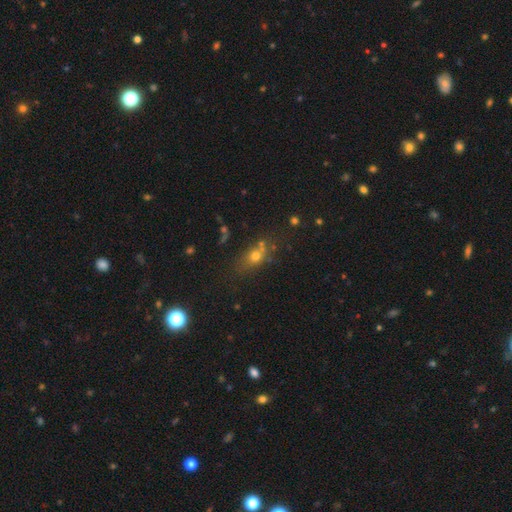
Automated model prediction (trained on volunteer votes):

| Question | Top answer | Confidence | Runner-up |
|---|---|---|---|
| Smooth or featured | smooth | 61% | star or artifact (23%) |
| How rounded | in between | 48% | round (45%) |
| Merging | none | 58% | minor disturbance (17%) |